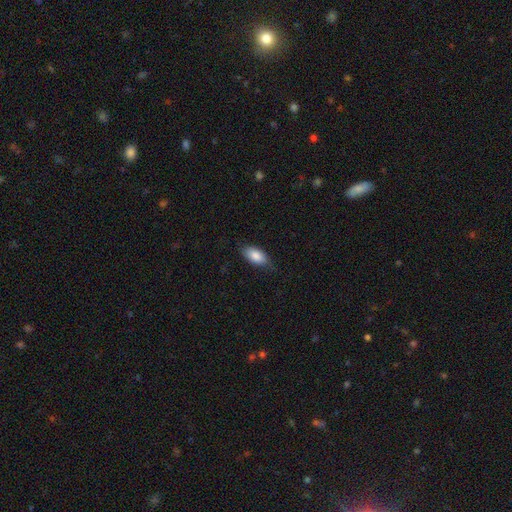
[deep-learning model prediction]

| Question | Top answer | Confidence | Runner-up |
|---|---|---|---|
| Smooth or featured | smooth | 84% | featured or disk (9%) |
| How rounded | in between | 91% | cigar-shaped (6%) |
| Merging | none | 73% | minor disturbance (22%) |